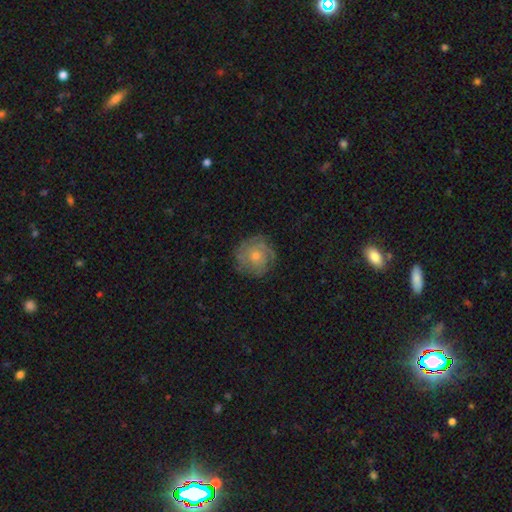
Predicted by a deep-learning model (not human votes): smooth_or_featured: featured or disk (p=0.59) [alt: smooth p=0.30]
disk_edge_on: no (p=0.97) [alt: yes p=0.03]
bar: no (p=0.85) [alt: weak p=0.13]
has_spiral_arms: yes (p=0.85) [alt: no p=0.15]
bulge_size: small (p=0.51) [alt: moderate p=0.44]
merging: none (p=0.80) [alt: minor disturbance p=0.14]